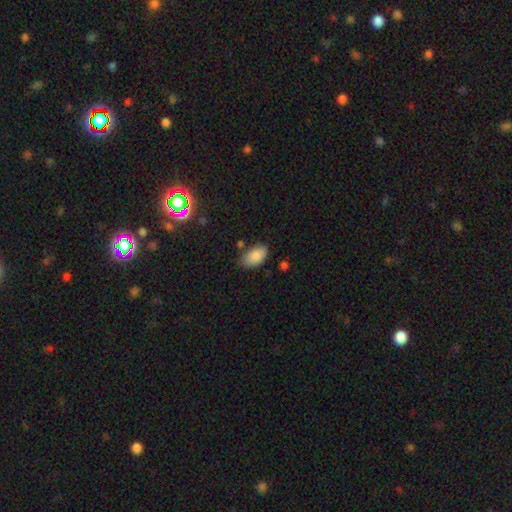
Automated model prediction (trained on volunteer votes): This appears to be a smooth galaxy with no disk features (84%) that is in between round and cigar-shaped (94%). Merging: none (74%).